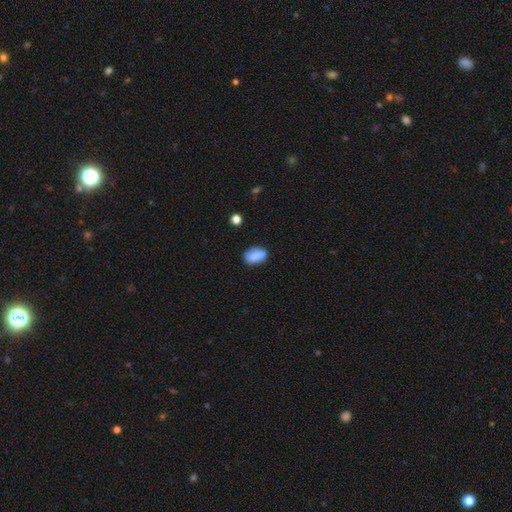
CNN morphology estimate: Smooth or featured? Predicted: smooth (p=0.80). How rounded? Predicted: in between (p=0.84). Merging? Predicted: none (p=0.67).